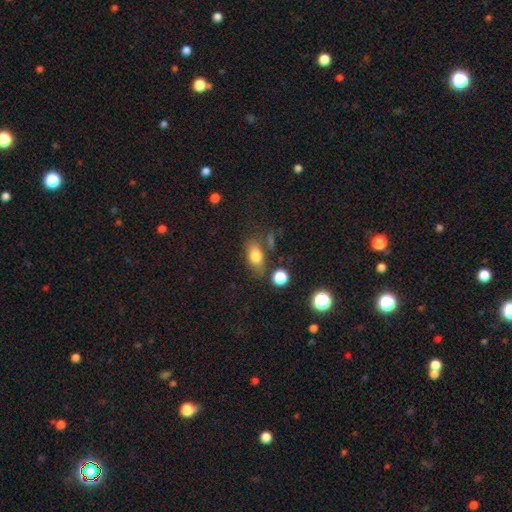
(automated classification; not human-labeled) This appears to be a smooth galaxy with no disk features (77%) that is in between round and cigar-shaped (78%). Merging: none (69%).